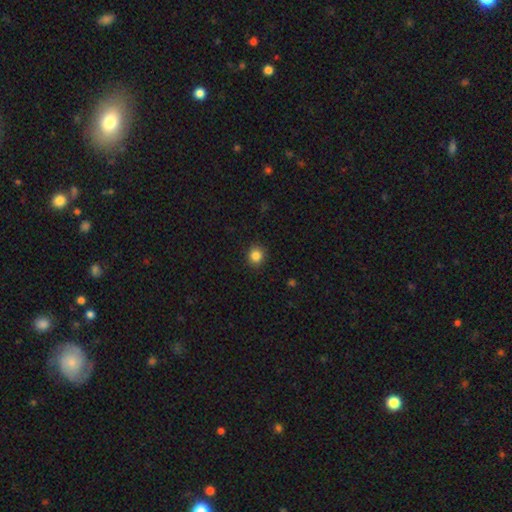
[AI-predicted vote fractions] A smooth galaxy with no disk features (85%) that is round (86%).

Vote fractions:
- Smooth or featured? smooth: 85% / star or artifact: 11% / featured or disk: 4%
- How rounded? round: 86% / in between: 13% / cigar-shaped: 1%
- Merging? none: 91% / minor disturbance: 6% / major disturbance: 2% / merger: 1%